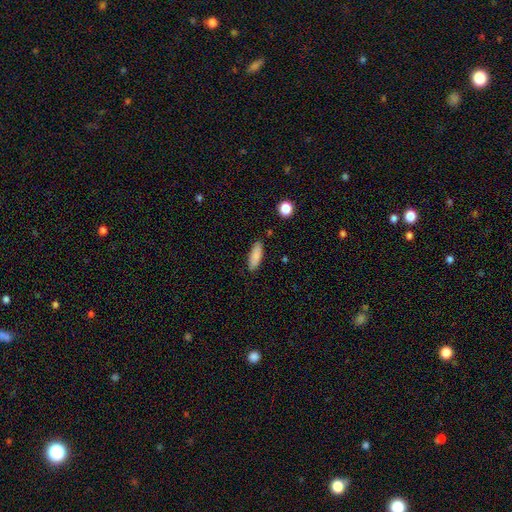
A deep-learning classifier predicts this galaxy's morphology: smooth-or-featured: smooth: 86% | star or artifact: 7% | featured or disk: 7%
  how-rounded: in between: 65% | cigar-shaped: 33% | round: 2%
  merging: none: 85% | minor disturbance: 11% | major disturbance: 2% | merger: 2%